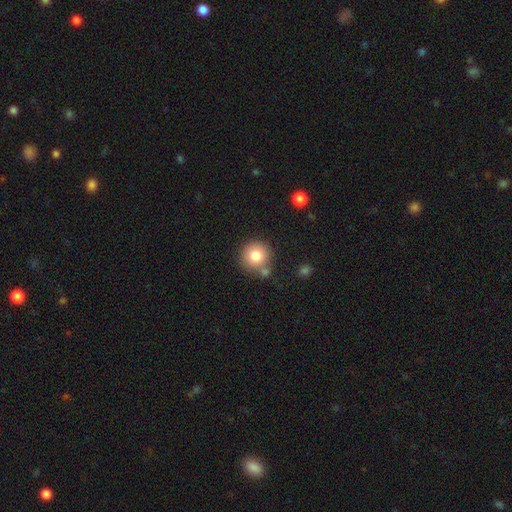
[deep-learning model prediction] Q: Smooth or featured?
A: smooth (80%); runner-up: featured or disk (10%)
Q: How rounded?
A: round (93%); runner-up: in between (6%)
Q: Merging?
A: none (70%); runner-up: merger (15%)